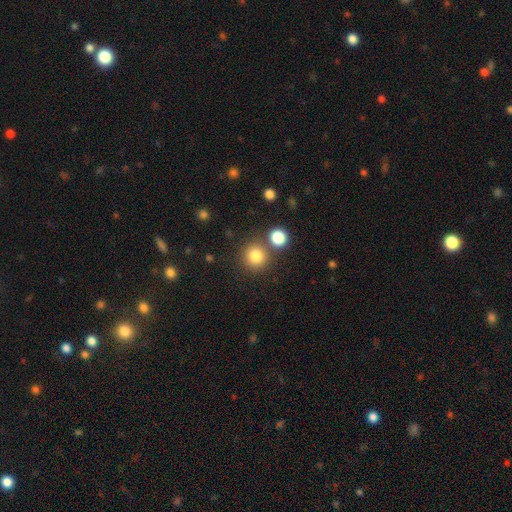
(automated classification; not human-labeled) Overall: smooth (81%). How rounded: round (93%). Merging: none (77%).